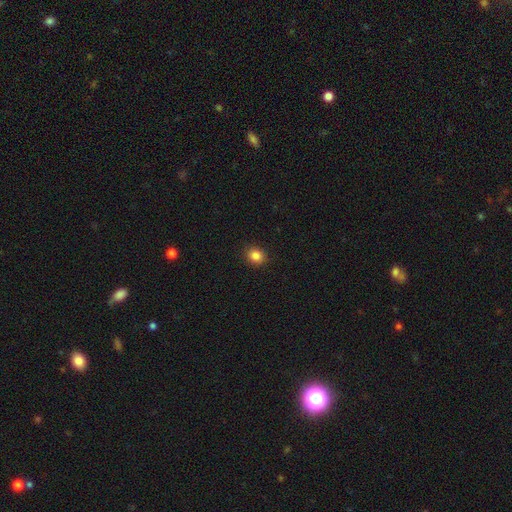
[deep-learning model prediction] smooth-or-featured: smooth: 86% | star or artifact: 10% | featured or disk: 4%
  how-rounded: round: 71% | in between: 28% | cigar-shaped: 1%
  merging: none: 91% | minor disturbance: 7% | major disturbance: 2% | merger: 1%